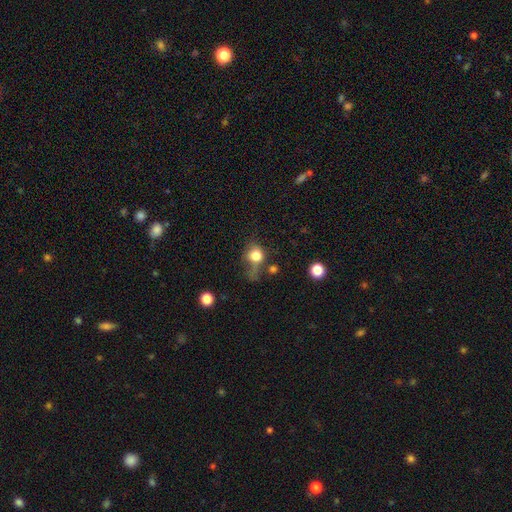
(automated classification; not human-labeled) A smooth galaxy with no disk features (74%) that is round (70%). Merging: none (33%).